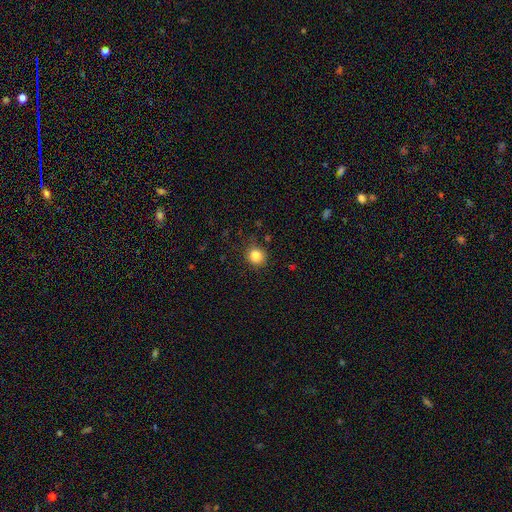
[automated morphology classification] smooth 85%, star or artifact 11%, featured or disk 4%. Down the decision tree: how rounded — round (84%); merging — none (83%).